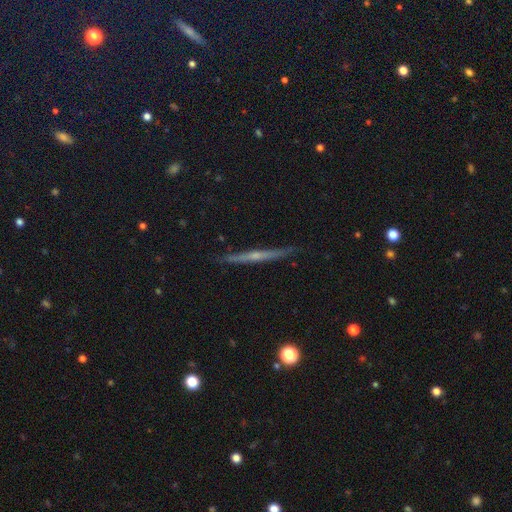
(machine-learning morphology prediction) Overall: featured or disk (69%). Edge-on disk: yes (97%). Edge-on bulge: rounded (52%; none 42%). Merging: none (87%).